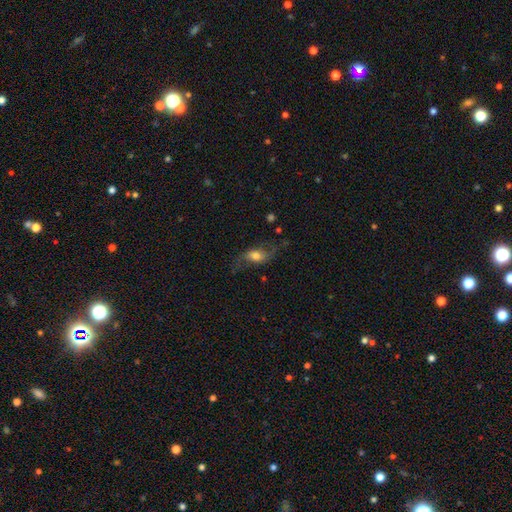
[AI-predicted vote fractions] Q: Smooth or featured?
A: featured or disk (52%); runner-up: smooth (38%)
Q: Edge-on disk?
A: no (89%); runner-up: yes (11%)
Q: Merging?
A: none (58%); runner-up: minor disturbance (20%)